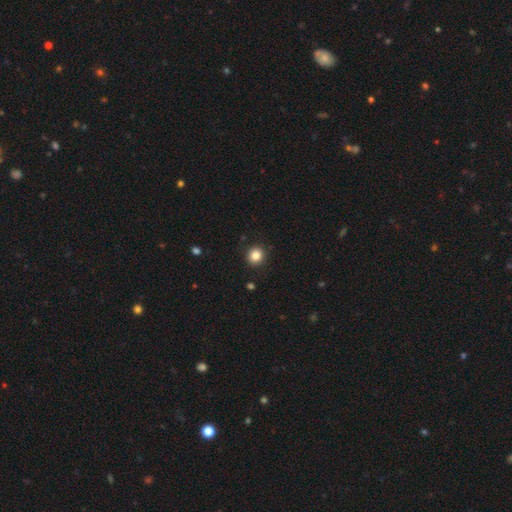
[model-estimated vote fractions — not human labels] smooth-or-featured: smooth: 85% | star or artifact: 11% | featured or disk: 5%
  how-rounded: round: 91% | in between: 8% | cigar-shaped: 1%
  merging: none: 91% | minor disturbance: 6% | major disturbance: 2% | merger: 1%